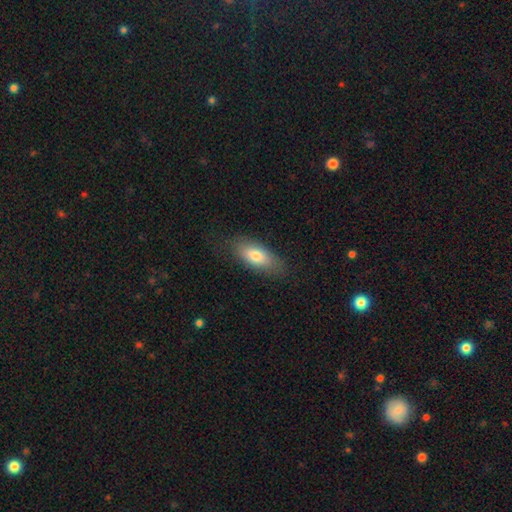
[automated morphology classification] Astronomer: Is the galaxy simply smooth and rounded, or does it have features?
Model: smooth — 78%.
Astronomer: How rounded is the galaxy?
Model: in between — 83%.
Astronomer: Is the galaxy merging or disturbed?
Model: none — 81%.